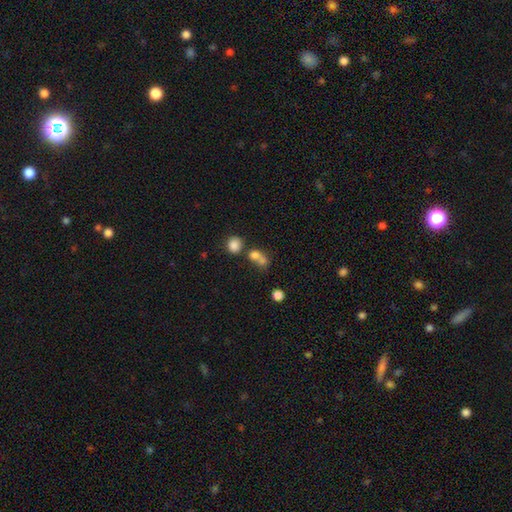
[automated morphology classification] type=smooth (74%); roundness=round (64%); merging=merger (54%).